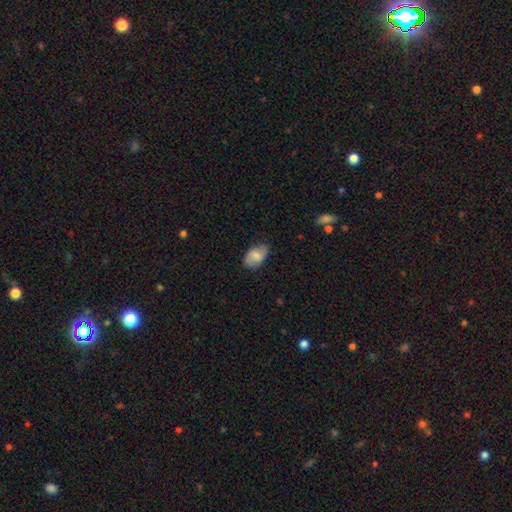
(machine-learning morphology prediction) The model was most divided on "merging": none: 71%, minor disturbance: 23%, major disturbance: 5%, merger: 1%. More confident: how rounded — in between (89%); smooth or featured — smooth (71%).